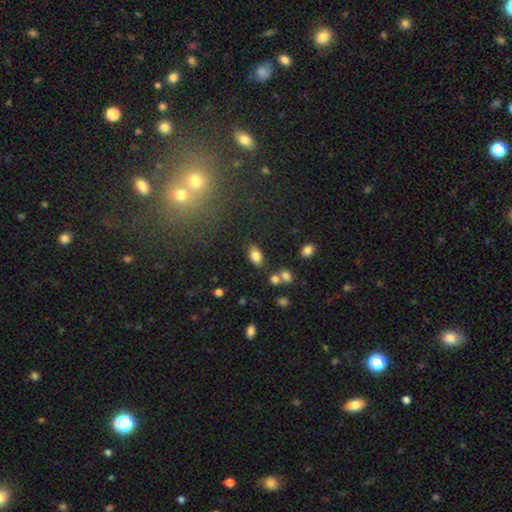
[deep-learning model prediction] A smooth galaxy with no disk features (78%) that is in between round and cigar-shaped (89%). Merging: none (77%).